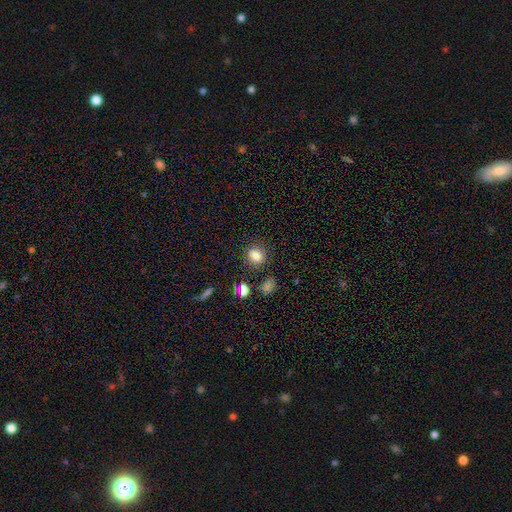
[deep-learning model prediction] Smooth or featured: smooth — 80% (star or artifact — 13%)
How rounded: round — 59% (in between — 39%)
Merging: none — 82% (minor disturbance — 11%)